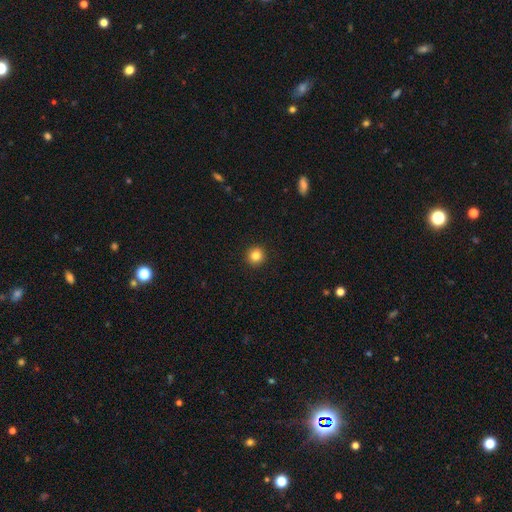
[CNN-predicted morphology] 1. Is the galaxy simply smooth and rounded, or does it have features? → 84% smooth, 10% star or artifact, 6% featured or disk.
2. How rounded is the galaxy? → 94% round, 5% in between, 1% cigar-shaped.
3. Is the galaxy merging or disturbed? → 93% none, 4% minor disturbance, 1% major disturbance, 1% merger.